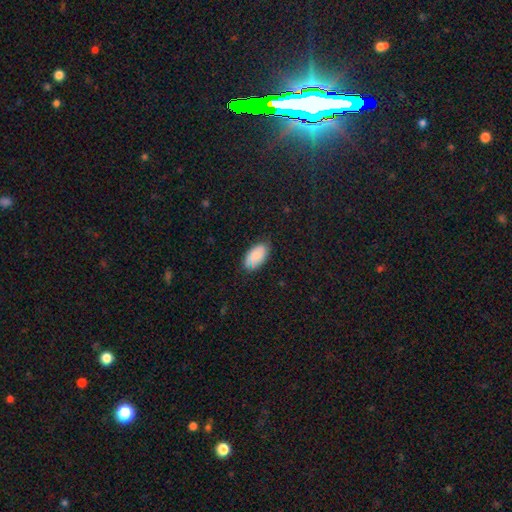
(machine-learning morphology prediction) Smooth or featured: smooth — 81% (featured or disk — 11%)
How rounded: in between — 95% (round — 3%)
Merging: none — 77% (minor disturbance — 18%)